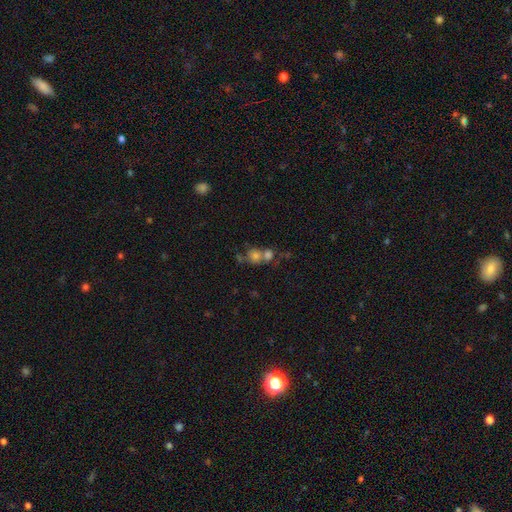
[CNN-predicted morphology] This appears to be a smooth galaxy with no disk features (72%) that is round (75%). Merging: merger (53%).